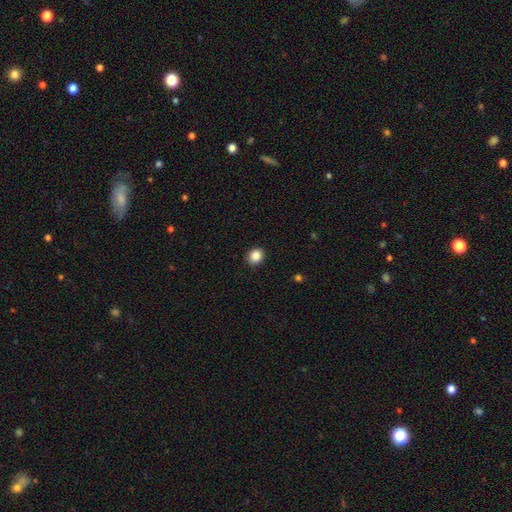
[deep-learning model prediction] Morphology: type=smooth (87%); roundness=round (64%); merging=none (90%).